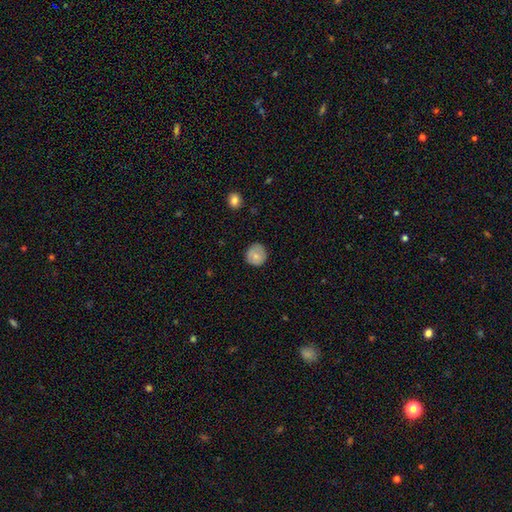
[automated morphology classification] smooth 75%, featured or disk 18%, star or artifact 8%. Down the decision tree: how rounded — round (91%); merging — none (82%).